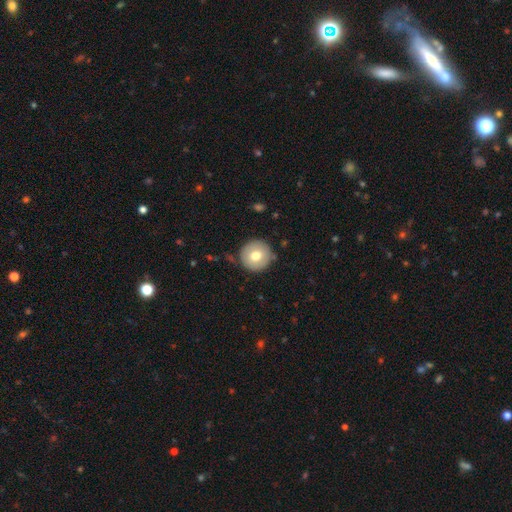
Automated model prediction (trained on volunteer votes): smooth_or_featured: smooth (p=0.72) [alt: featured or disk p=0.20]
how_rounded: round (p=0.96) [alt: in between p=0.03]
merging: none (p=0.87) [alt: minor disturbance p=0.09]